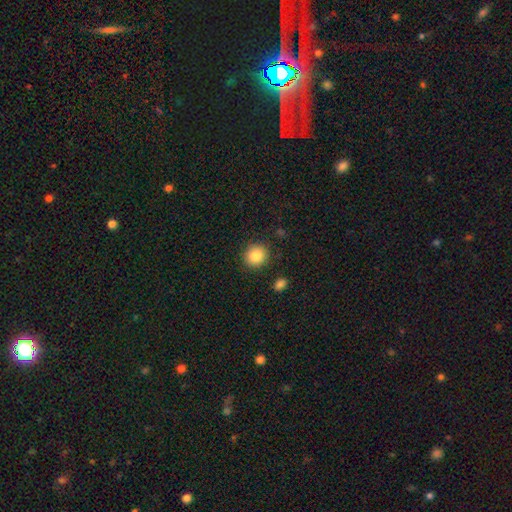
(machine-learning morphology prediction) The model was most divided on "how rounded": round: 88%, in between: 11%, cigar-shaped: 1%. More confident: merging — none (88%); smooth or featured — smooth (87%).